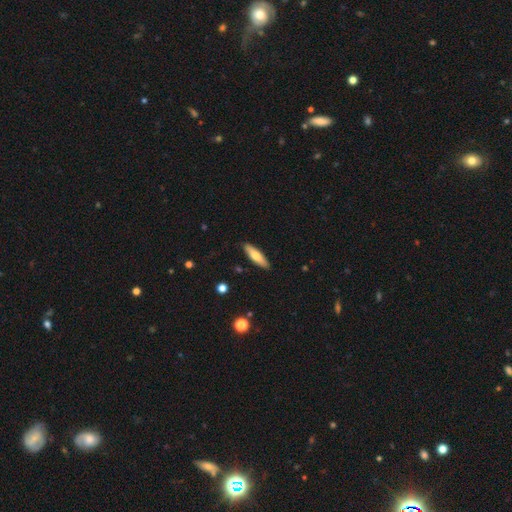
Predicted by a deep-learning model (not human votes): Smooth or featured?
  - smooth: 70% *
  - featured or disk: 24%
  - star or artifact: 6%
How rounded?
  - cigar-shaped: 66% *
  - in between: 33%
  - round: 2%
Merging?
  - none: 88% *
  - minor disturbance: 9%
  - major disturbance: 2%
  - merger: 1%